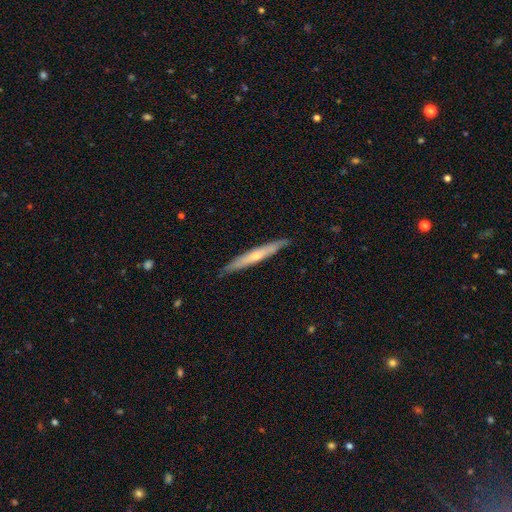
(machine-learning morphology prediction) featured or disk 53%, smooth 42%, star or artifact 5%. Down the decision tree: edge-on disk — yes (91%); merging — none (86%).